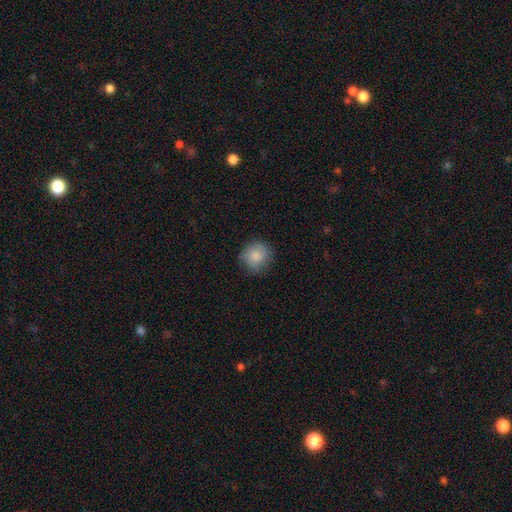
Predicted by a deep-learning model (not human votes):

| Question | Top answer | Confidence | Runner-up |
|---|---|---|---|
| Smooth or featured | smooth | 85% | featured or disk (7%) |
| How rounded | round | 86% | in between (13%) |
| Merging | none | 77% | minor disturbance (18%) |